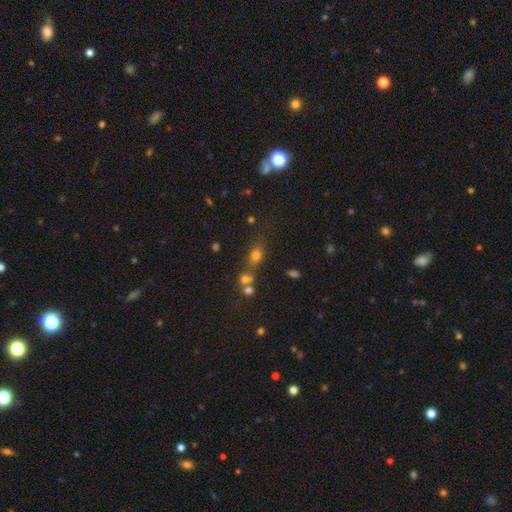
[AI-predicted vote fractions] Smooth or featured? smooth (64%)
How rounded? round (56%)
Merging? none (53%)